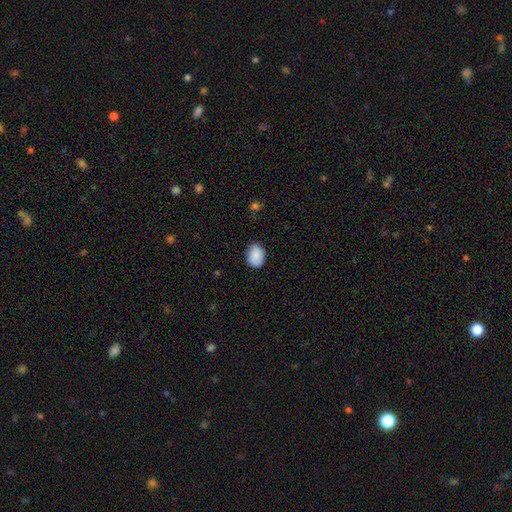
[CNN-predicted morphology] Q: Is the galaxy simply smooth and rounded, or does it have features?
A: smooth — 88%.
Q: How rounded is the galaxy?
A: in between — 72%.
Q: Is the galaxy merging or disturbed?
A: none — 77%.